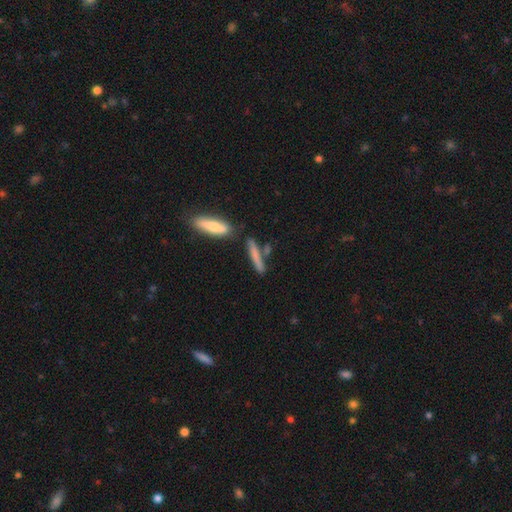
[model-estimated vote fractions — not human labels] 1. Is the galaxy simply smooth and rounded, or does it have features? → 70% smooth, 23% featured or disk, 7% star or artifact.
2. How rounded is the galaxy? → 90% cigar-shaped, 8% in between, 2% round.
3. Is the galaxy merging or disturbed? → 72% none, 12% minor disturbance, 12% merger, 3% major disturbance.